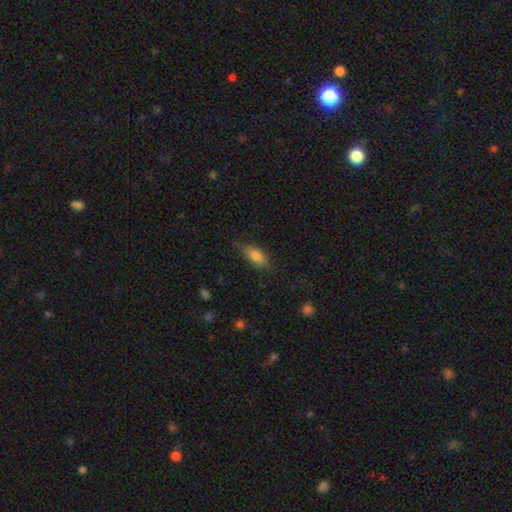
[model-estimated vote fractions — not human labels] Smooth or featured? smooth (81%)
How rounded? in between (80%)
Merging? none (75%)